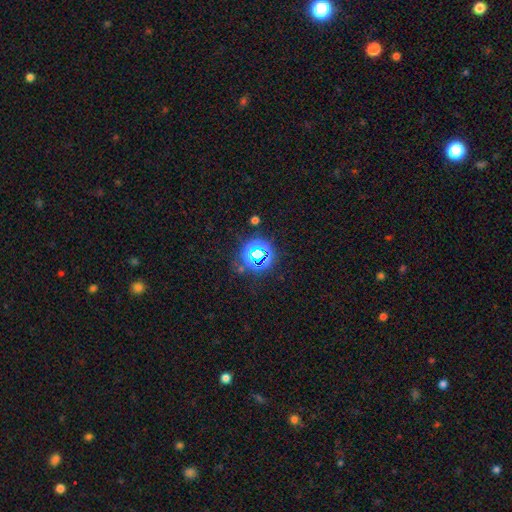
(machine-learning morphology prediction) smooth_or_featured: star or artifact (p=0.70) [alt: smooth p=0.22]